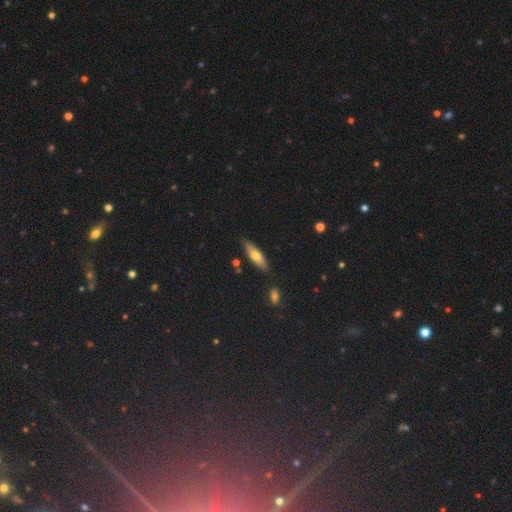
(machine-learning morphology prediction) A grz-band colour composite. It shows a smooth galaxy with no disk features (62%) that is cigar-shaped (53%). Merging: none (82%).